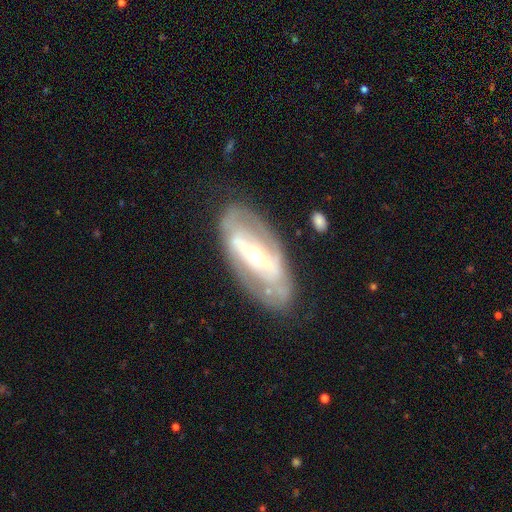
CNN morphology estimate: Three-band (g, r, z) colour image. It shows a featured or disk galaxy (79%) with a strong bar (55%), spiral arms (69%) and a small central bulge (51%). Merging: none (73%).